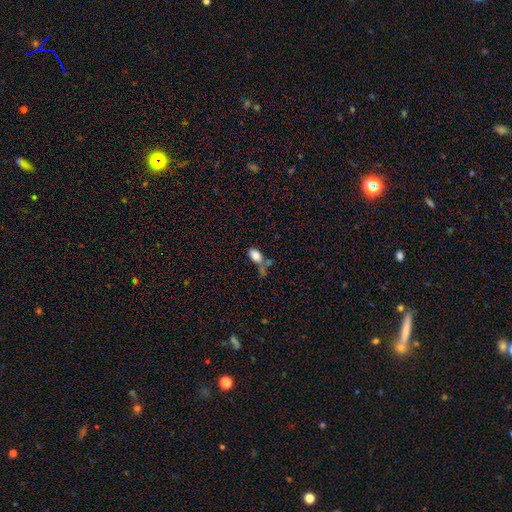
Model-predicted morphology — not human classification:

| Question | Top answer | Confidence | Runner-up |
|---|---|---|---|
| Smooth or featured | smooth | 81% | featured or disk (10%) |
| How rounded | in between | 90% | round (7%) |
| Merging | none | 33% | merger (25%) |